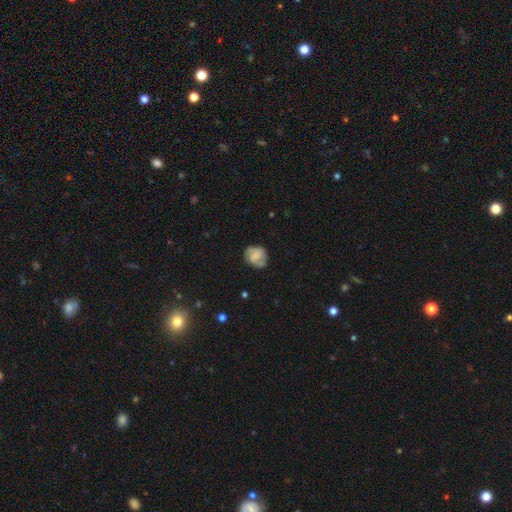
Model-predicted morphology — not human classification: Smooth or featured? Predicted: featured or disk (p=0.50). Edge-on disk? Predicted: no (p=0.97). Merging? Predicted: none (p=0.68).